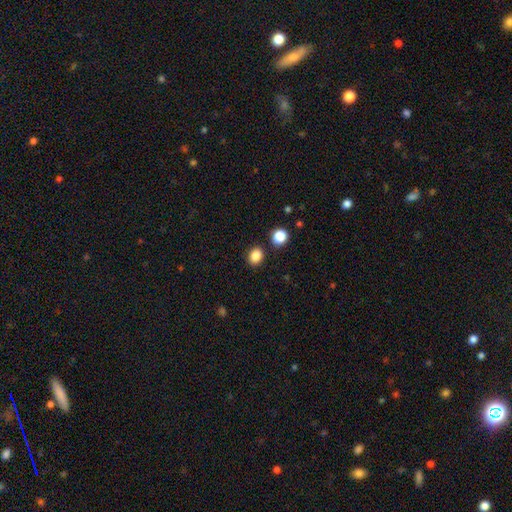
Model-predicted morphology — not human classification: Q: Smooth or featured?
A: smooth (86%); runner-up: star or artifact (11%)
Q: How rounded?
A: round (59%); runner-up: in between (40%)
Q: Merging?
A: none (87%); runner-up: minor disturbance (7%)